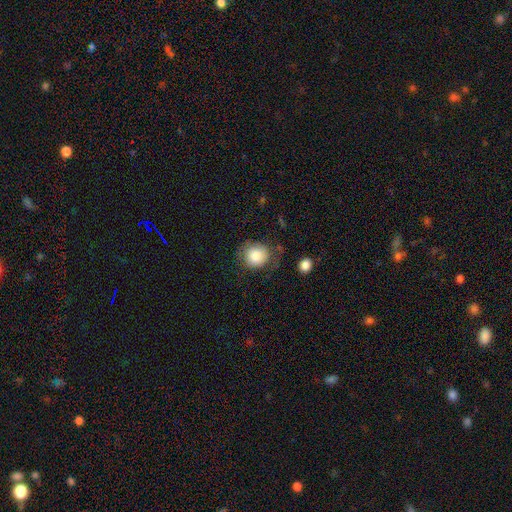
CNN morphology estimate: smooth-or-featured: smooth: 83% | featured or disk: 9% | star or artifact: 8%
  how-rounded: round: 83% | in between: 16% | cigar-shaped: 1%
  merging: none: 65% | minor disturbance: 22% | major disturbance: 10% | merger: 3%